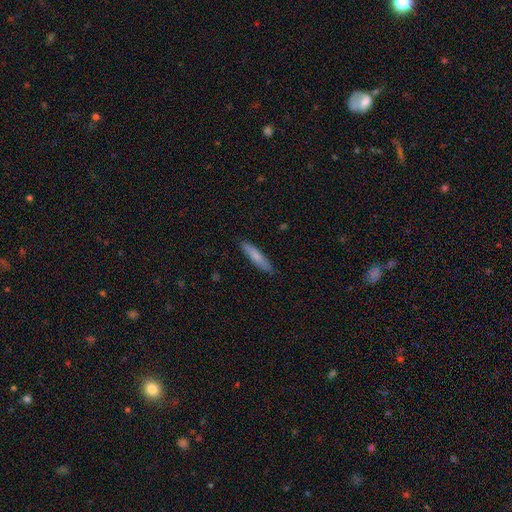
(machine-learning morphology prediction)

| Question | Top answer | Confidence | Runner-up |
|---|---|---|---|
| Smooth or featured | smooth | 74% | featured or disk (20%) |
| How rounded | cigar-shaped | 88% | in between (10%) |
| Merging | none | 88% | minor disturbance (9%) |